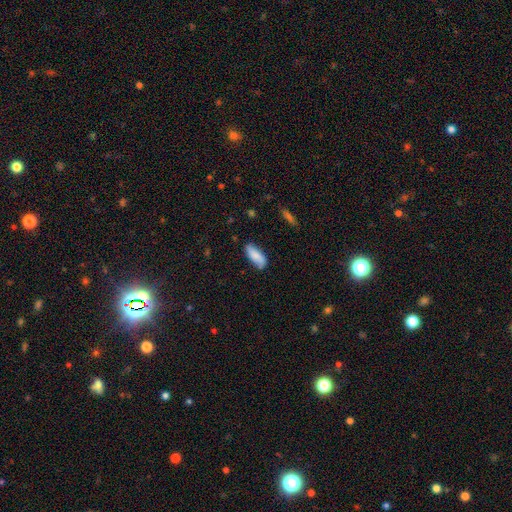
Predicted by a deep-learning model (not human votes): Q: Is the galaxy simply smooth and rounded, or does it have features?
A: smooth — 82%.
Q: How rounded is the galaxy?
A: in between — 74%.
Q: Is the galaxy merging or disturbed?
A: none — 78%.